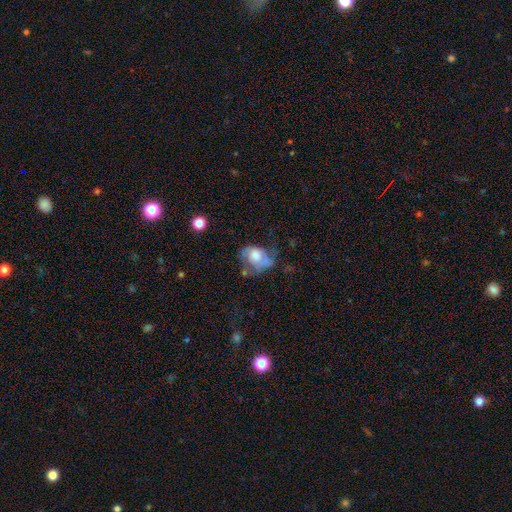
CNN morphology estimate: smooth 55%, featured or disk 36%, star or artifact 9%. Down the decision tree: how rounded — in between (72%); merging — none (32%, tied with minor disturbance).